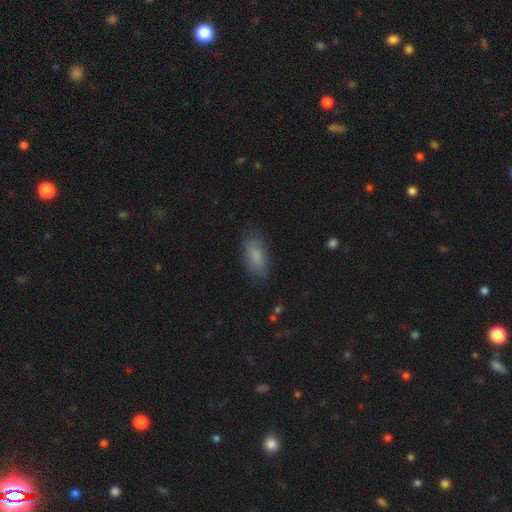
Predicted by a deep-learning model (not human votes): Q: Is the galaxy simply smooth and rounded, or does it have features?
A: smooth — 84%.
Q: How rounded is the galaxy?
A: in between — 85%.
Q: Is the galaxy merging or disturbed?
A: none — 81%.